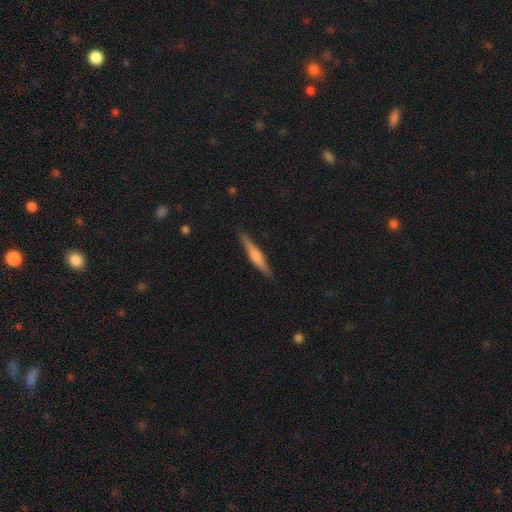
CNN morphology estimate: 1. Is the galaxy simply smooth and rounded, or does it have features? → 47% featured or disk, 46% smooth, 6% star or artifact.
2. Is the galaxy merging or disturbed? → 89% none, 8% minor disturbance, 2% major disturbance, 1% merger.